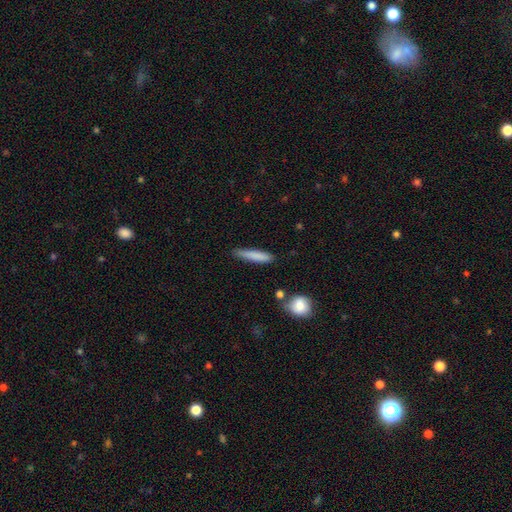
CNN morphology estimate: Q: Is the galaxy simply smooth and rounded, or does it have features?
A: smooth — 81%.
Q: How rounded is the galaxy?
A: cigar-shaped — 89%.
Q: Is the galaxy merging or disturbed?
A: none — 80%.